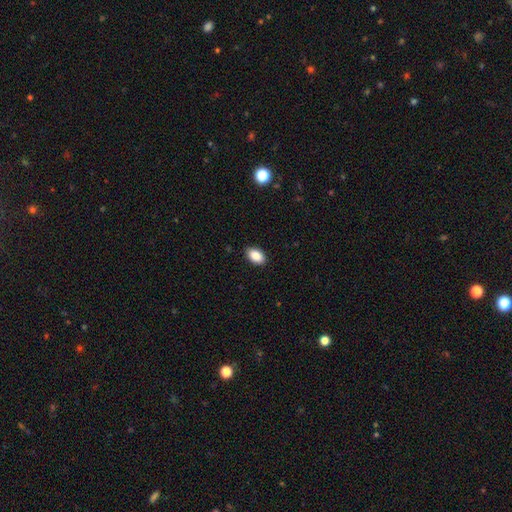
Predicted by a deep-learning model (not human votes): Smooth or featured?
  - smooth: 87% *
  - star or artifact: 8%
  - featured or disk: 5%
How rounded?
  - in between: 91% *
  - round: 8%
  - cigar-shaped: 1%
Merging?
  - none: 89% *
  - minor disturbance: 8%
  - major disturbance: 2%
  - merger: 1%